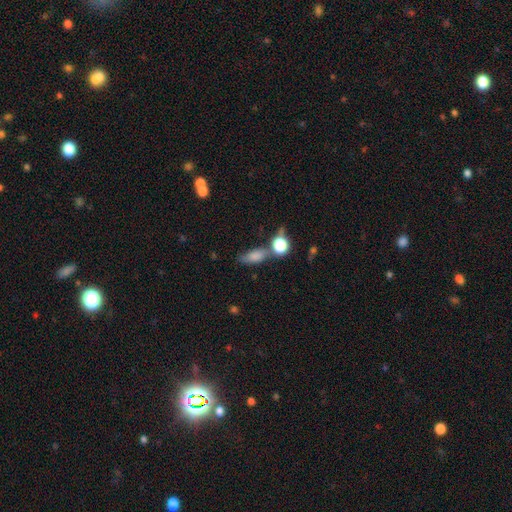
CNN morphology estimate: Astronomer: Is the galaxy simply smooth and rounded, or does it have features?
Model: smooth — 76%.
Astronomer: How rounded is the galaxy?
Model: in between — 67%.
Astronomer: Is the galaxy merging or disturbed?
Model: none — 49% (runner-up: merger, 24%).